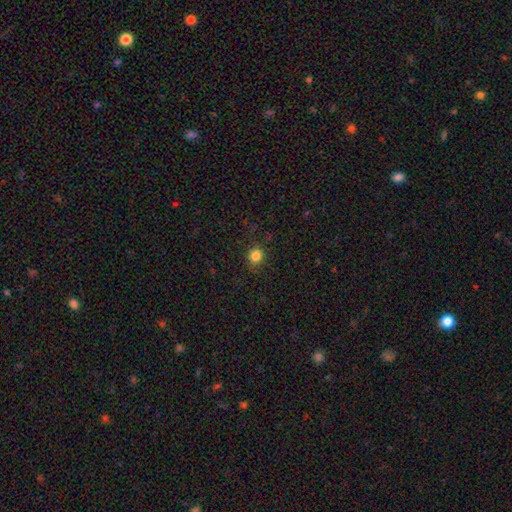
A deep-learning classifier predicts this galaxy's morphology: A smooth galaxy with no disk features (84%) that is round (82%). Merging: none (86%).